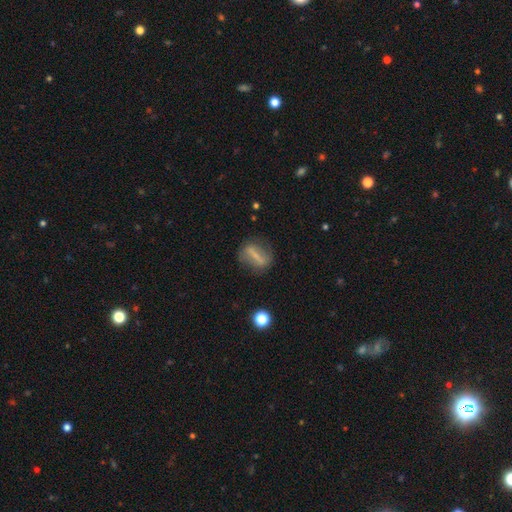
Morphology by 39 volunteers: A featured or disk galaxy (74%) with a strong bar (87%), no spiral arms (78%) and no central bulge (65%). Merging: none (82%).